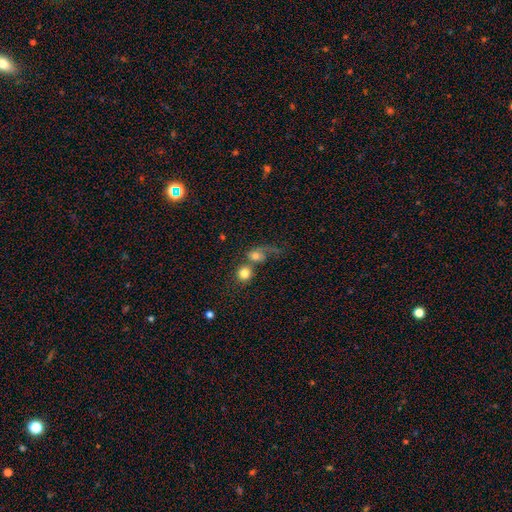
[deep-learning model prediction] A smooth galaxy with no disk features (70%) that is round (71%). Merging: merger (52%).